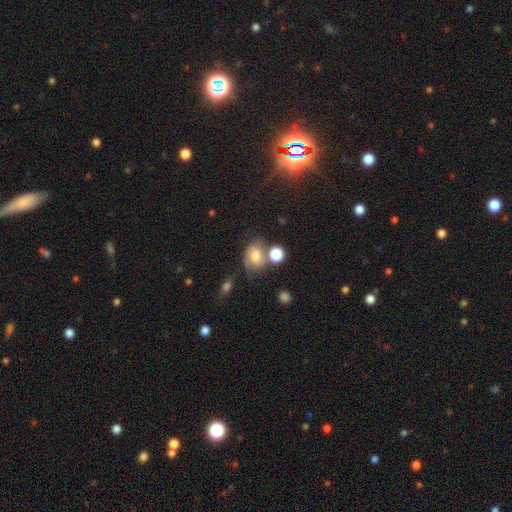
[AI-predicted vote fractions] smooth-or-featured: smooth: 55% | featured or disk: 31% | star or artifact: 14%
  how-rounded: in between: 58% | round: 41% | cigar-shaped: 1%
  merging: none: 43% | merger: 23% | minor disturbance: 22% | major disturbance: 12%